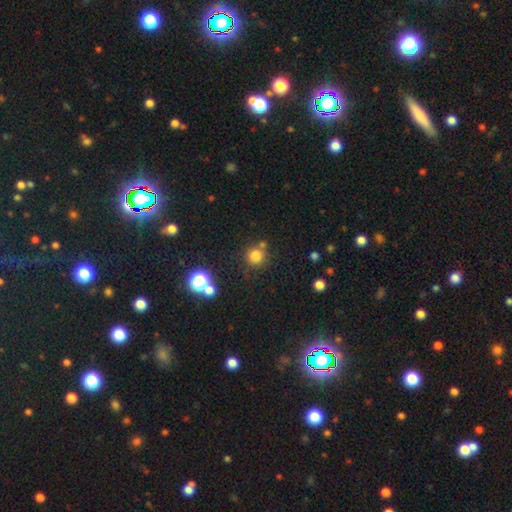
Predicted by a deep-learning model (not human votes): A smooth galaxy with no disk features (78%) that is round (93%).

Vote fractions:
- Smooth or featured? smooth: 78% / star or artifact: 16% / featured or disk: 6%
- How rounded? round: 93% / in between: 6% / cigar-shaped: 1%
- Merging? none: 74% / merger: 13% / minor disturbance: 10% / major disturbance: 4%